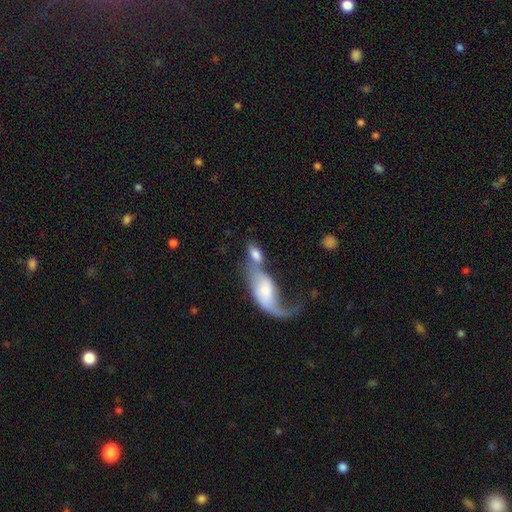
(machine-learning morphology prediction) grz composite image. It shows a featured or disk galaxy (54%). Merging: merger (58%).